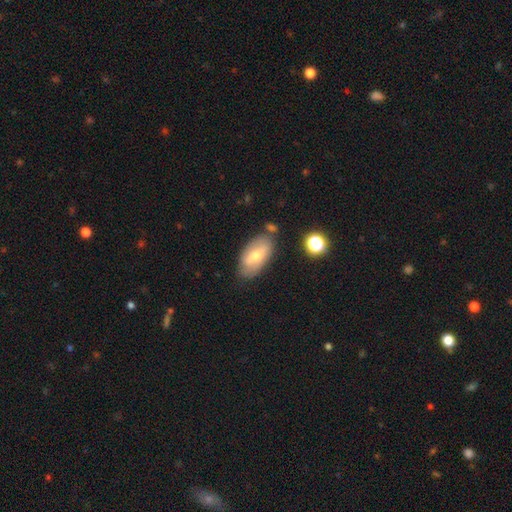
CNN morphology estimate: Smooth or featured? Predicted: smooth (p=0.55). How rounded? Predicted: in between (p=0.91). Merging? Predicted: none (p=0.72).